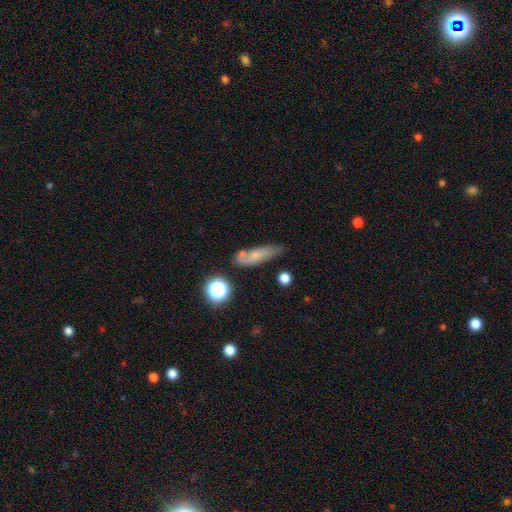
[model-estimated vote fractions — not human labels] smooth_or_featured: smooth (p=0.66) [alt: featured or disk p=0.22]
how_rounded: cigar-shaped (p=0.55) [alt: in between p=0.39]
merging: none (p=0.60) [alt: minor disturbance p=0.22]